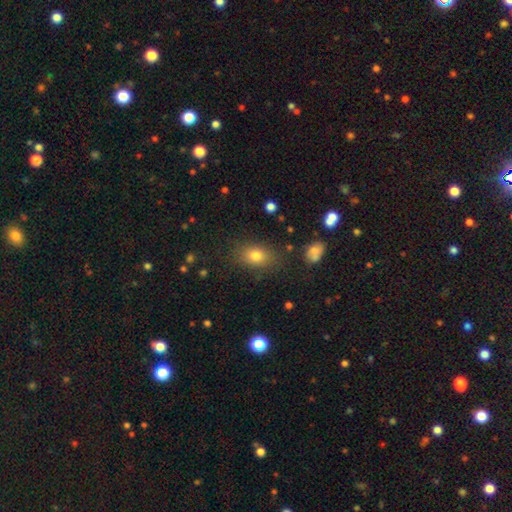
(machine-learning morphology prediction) Smooth or featured? smooth (78%)
How rounded? in between (73%)
Merging? none (81%)